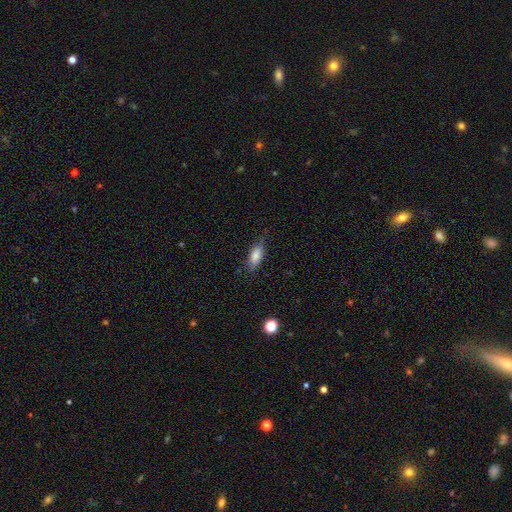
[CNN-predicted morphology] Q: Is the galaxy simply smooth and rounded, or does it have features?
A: smooth — 81%.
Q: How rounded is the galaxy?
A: in between — 74%.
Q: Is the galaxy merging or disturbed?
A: none — 76%.